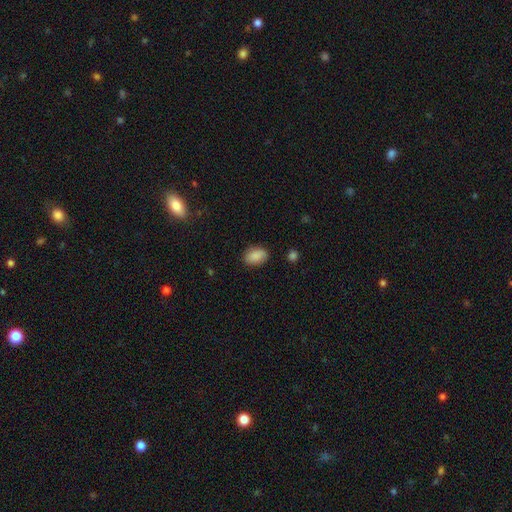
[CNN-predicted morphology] Overall: smooth (88%). How rounded: in between (86%). Merging: none (84%).